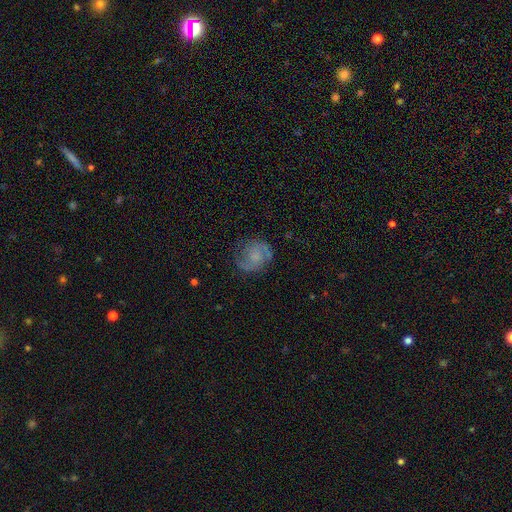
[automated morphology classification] Smooth or featured? Predicted: featured or disk (p=0.64). Edge-on disk? Predicted: no (p=0.98). Bar? Predicted: no (p=0.69). Spiral arms? Predicted: yes (p=0.90). Spiral winding? Predicted: medium (p=0.48). Spiral arm count? Predicted: 2 (p=0.79). Bulge size? Predicted: small (p=0.37). Merging? Predicted: none (p=0.72).